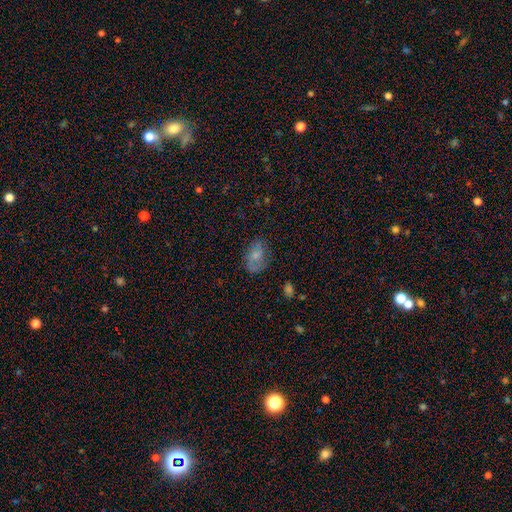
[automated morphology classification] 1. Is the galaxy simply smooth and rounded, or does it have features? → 61% smooth, 29% featured or disk, 10% star or artifact.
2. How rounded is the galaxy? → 80% in between, 19% round, 2% cigar-shaped.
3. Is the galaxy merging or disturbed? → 65% none, 23% minor disturbance, 10% major disturbance, 2% merger.